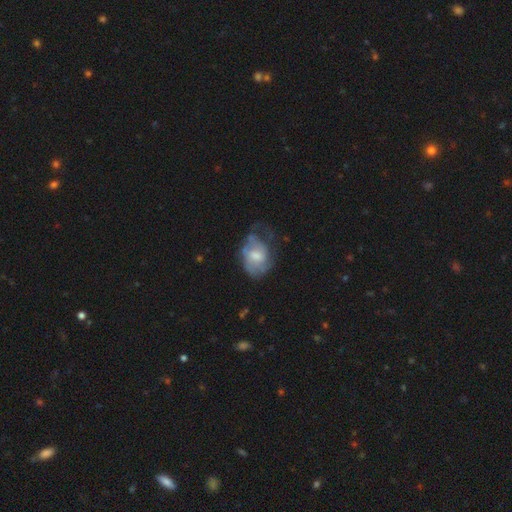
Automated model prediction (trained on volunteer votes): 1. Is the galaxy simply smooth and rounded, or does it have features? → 50% featured or disk, 43% smooth, 7% star or artifact.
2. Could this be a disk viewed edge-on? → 96% no, 4% yes.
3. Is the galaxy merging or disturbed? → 36% major disturbance, 31% none, 31% minor disturbance, 3% merger.